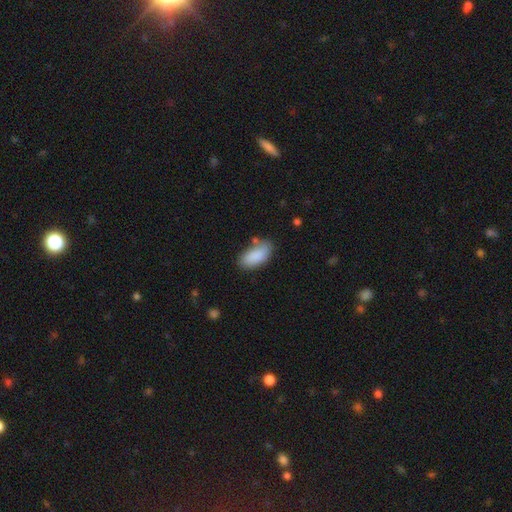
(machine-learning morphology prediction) Smooth or featured? Predicted: smooth (p=0.88). How rounded? Predicted: in between (p=0.92). Merging? Predicted: none (p=0.72).